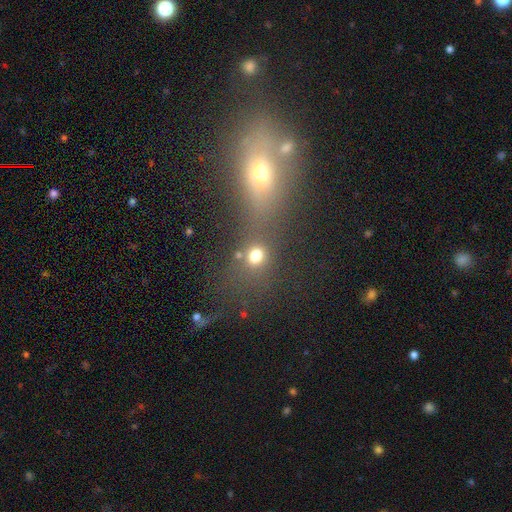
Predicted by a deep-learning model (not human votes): Smooth or featured?
  - smooth: 69% *
  - star or artifact: 21%
  - featured or disk: 10%
How rounded?
  - round: 69% *
  - in between: 29%
  - cigar-shaped: 3%
Merging?
  - none: 49% *
  - merger: 33%
  - minor disturbance: 10%
  - major disturbance: 8%